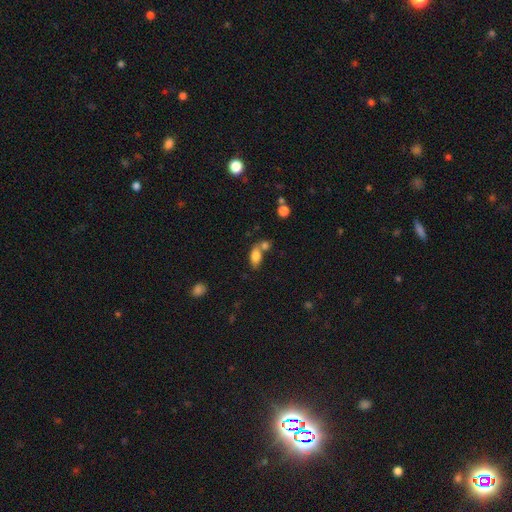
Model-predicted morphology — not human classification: type=smooth (79%); roundness=in between (88%); merging=none (45%).